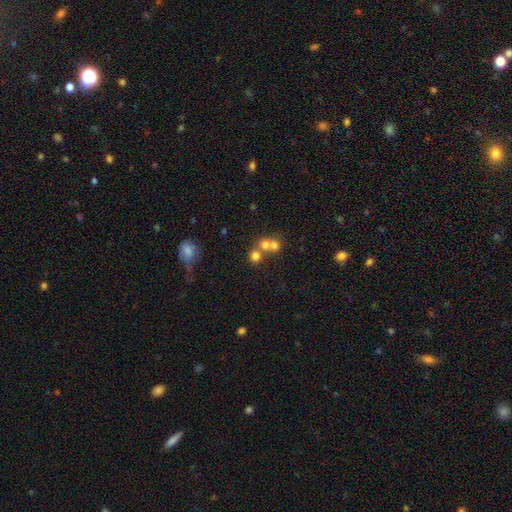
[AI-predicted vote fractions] smooth_or_featured: smooth (p=0.70) [alt: star or artifact p=0.16]
how_rounded: round (p=0.83) [alt: in between p=0.16]
merging: merger (p=0.47) [alt: none p=0.43]